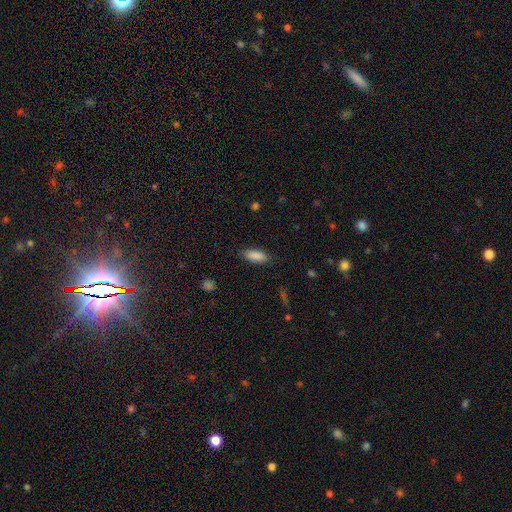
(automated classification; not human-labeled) Overall: smooth (88%). How rounded: in between (75%). Merging: none (84%).